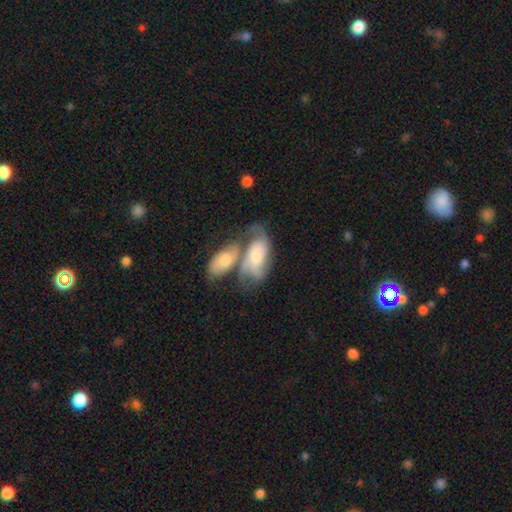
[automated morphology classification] This is possibly a featured or disk galaxy (59%). It is clearly not viewed edge-on (93%). Bar: likely no (64%). Spiral arm pattern: clearly yes (86%). Central bulge: marginally small (36%). Merging: possibly merger (57%).